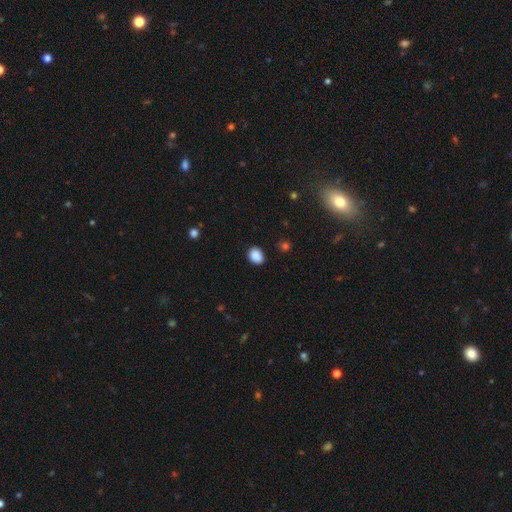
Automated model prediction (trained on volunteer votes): Smooth or featured: smooth — 88% (star or artifact — 9%)
How rounded: in between — 50% (round — 49%)
Merging: none — 86% (minor disturbance — 10%)